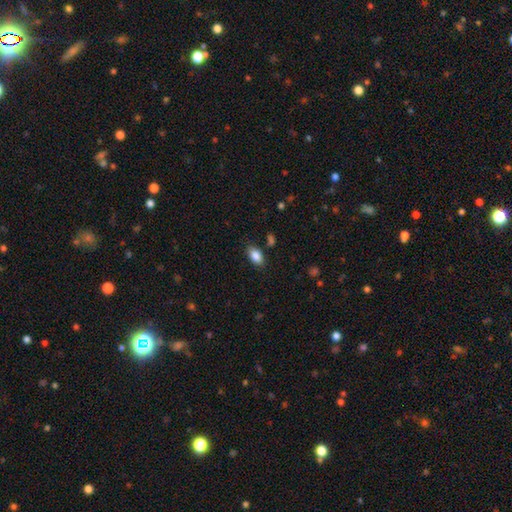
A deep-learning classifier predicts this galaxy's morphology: Smooth or featured?
  - smooth: 86% *
  - star or artifact: 8%
  - featured or disk: 6%
How rounded?
  - in between: 92% *
  - round: 5%
  - cigar-shaped: 3%
Merging?
  - none: 82% *
  - minor disturbance: 12%
  - major disturbance: 3%
  - merger: 3%